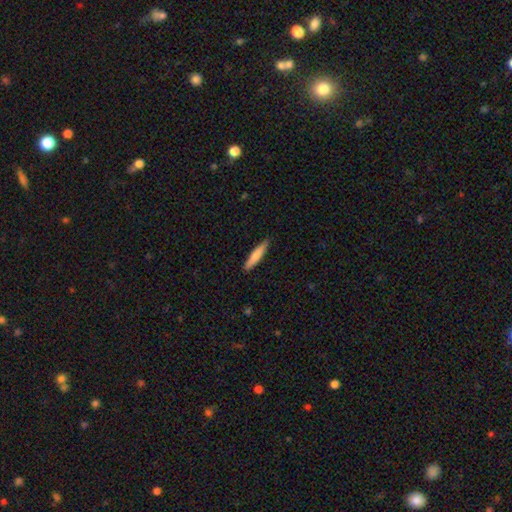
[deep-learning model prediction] The model was most divided on "smooth or featured": smooth: 76%, featured or disk: 19%, star or artifact: 5%. More confident: merging — none (89%); how rounded — cigar-shaped (88%).